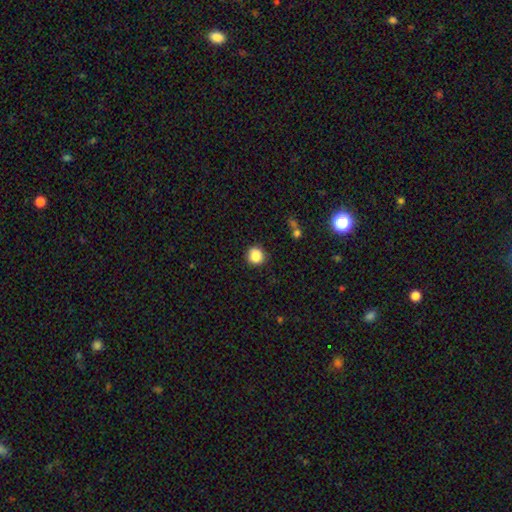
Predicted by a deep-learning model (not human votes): A smooth galaxy with no disk features (87%) that is round (85%).

Vote fractions:
- Smooth or featured? smooth: 87% / star or artifact: 10% / featured or disk: 4%
- How rounded? round: 85% / in between: 14% / cigar-shaped: 1%
- Merging? none: 84% / minor disturbance: 11% / major disturbance: 3% / merger: 2%